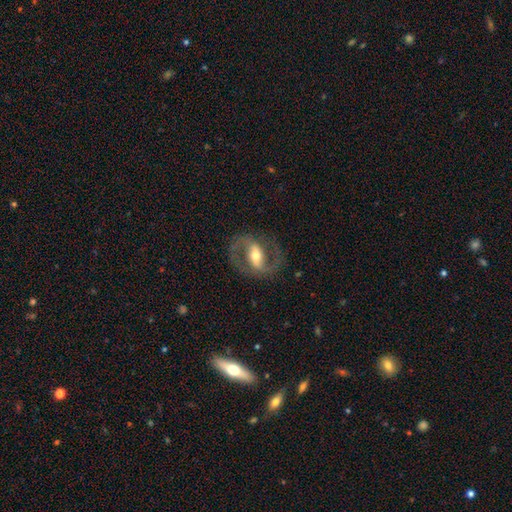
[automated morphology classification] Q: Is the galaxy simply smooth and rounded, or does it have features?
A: featured or disk — 84%.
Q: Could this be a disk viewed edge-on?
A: no — 95%.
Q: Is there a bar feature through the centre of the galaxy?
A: strong — 50%.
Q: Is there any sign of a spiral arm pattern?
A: yes — 90%.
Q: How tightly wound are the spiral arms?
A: medium — 58%.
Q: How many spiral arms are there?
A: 2 — 91%.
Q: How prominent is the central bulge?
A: moderate — 66%.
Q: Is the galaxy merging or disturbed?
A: none — 78%.